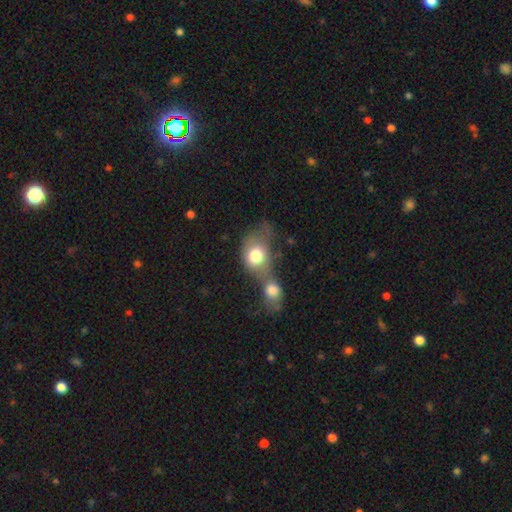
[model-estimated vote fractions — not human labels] Smooth or featured: smooth — 74% (featured or disk — 18%)
How rounded: in between — 57% (round — 41%)
Merging: merger — 71% (none — 13%)